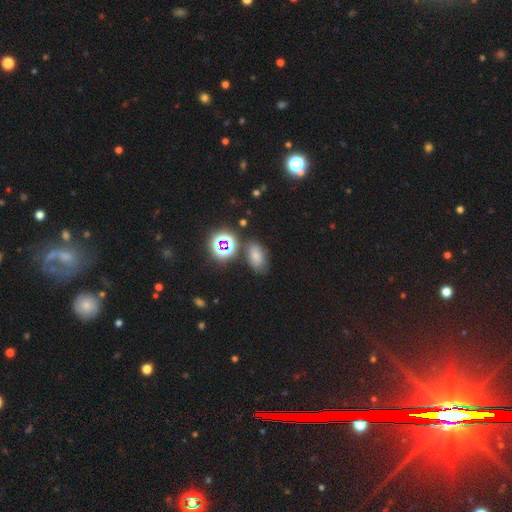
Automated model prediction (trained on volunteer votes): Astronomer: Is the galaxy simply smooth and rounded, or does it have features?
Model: smooth — 62%.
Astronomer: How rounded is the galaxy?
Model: in between — 83%.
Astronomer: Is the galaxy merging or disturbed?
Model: none — 70%.